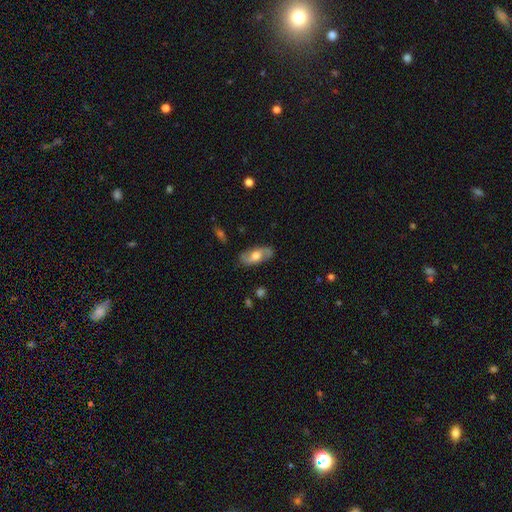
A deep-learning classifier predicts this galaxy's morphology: Smooth or featured: featured or disk — 54% (smooth — 40%)
Edge-on disk: no — 84% (yes — 16%)
Merging: none — 82% (minor disturbance — 13%)